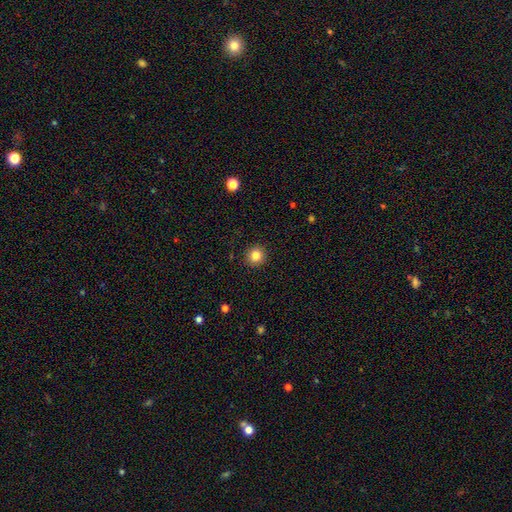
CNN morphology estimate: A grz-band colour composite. It shows a smooth galaxy with no disk features (84%) that is round (94%). Merging: none (92%).